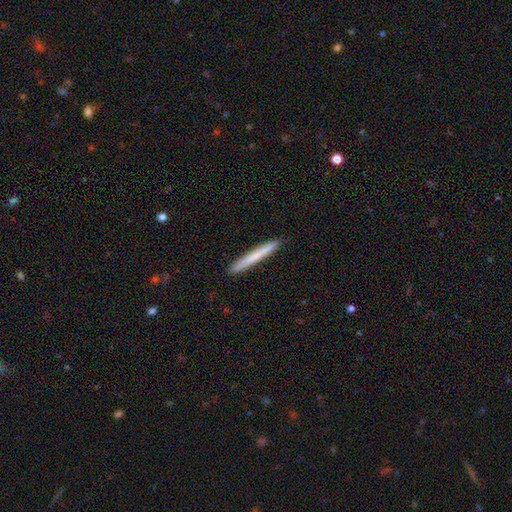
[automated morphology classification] smooth-or-featured: smooth: 70% | featured or disk: 24% | star or artifact: 5%
  how-rounded: cigar-shaped: 97% | in between: 2% | round: 1%
  merging: none: 92% | minor disturbance: 6% | major disturbance: 1% | merger: 1%